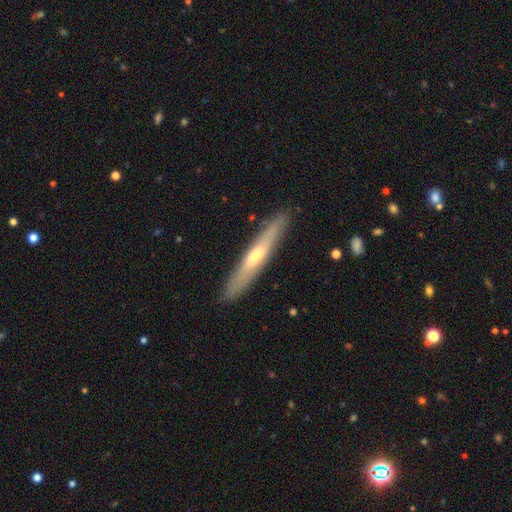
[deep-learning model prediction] Smooth or featured? featured or disk (55%)
Edge-on disk? yes (89%)
Merging? none (90%)